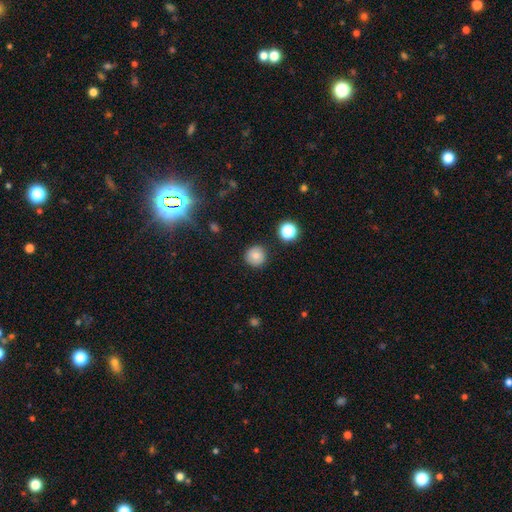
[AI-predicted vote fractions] Smooth or featured: smooth — 78% (star or artifact — 12%)
How rounded: round — 95% (in between — 4%)
Merging: none — 89% (minor disturbance — 7%)